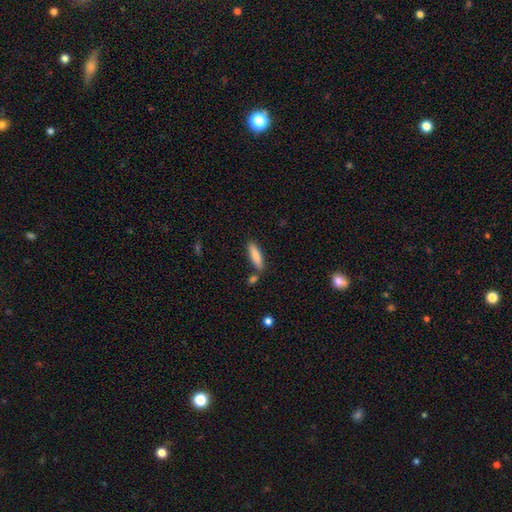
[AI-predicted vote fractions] A smooth galaxy with no disk features (83%) that is cigar-shaped (58%). Merging: none (78%).